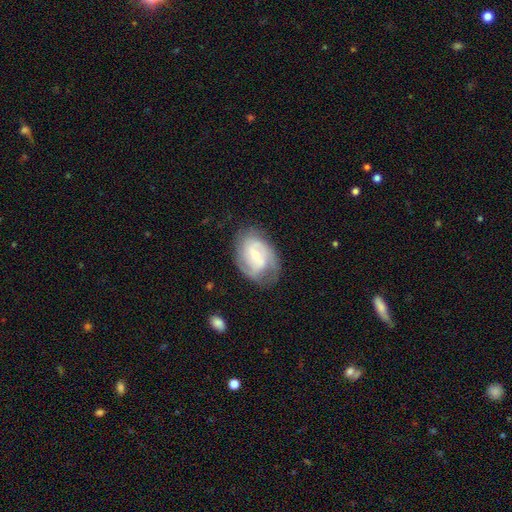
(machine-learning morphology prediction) The model was most divided on "spiral winding" (2-way tie): medium: 43%, tight: 43%, loose: 14%. Remaining: edge-on disk — no (97%); spiral arms — yes (92%); smooth or featured — featured or disk (80%); merging — none (71%); spiral arm count — 2 (52%); bulge size — small (50%); bar — weak (49%).